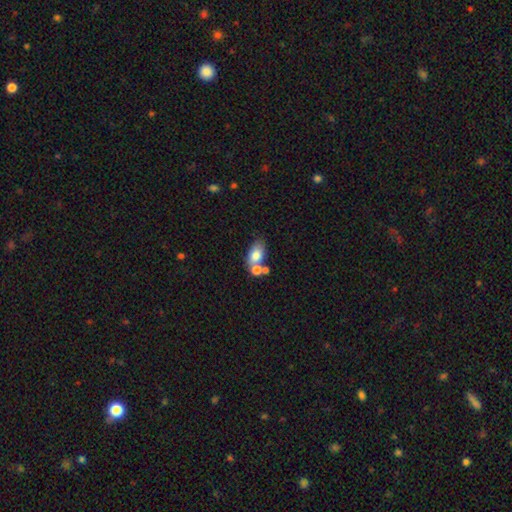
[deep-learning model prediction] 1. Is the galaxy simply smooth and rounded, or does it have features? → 75% smooth, 16% featured or disk, 9% star or artifact.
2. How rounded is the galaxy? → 85% in between, 13% round, 2% cigar-shaped.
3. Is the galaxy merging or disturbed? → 41% none, 40% merger, 13% minor disturbance, 6% major disturbance.